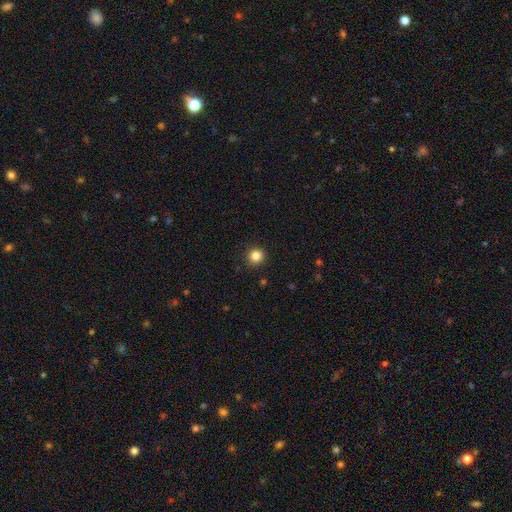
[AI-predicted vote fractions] This is clearly a smooth galaxy (85%). How rounded: clearly round (94%). Merging: clearly none (92%).